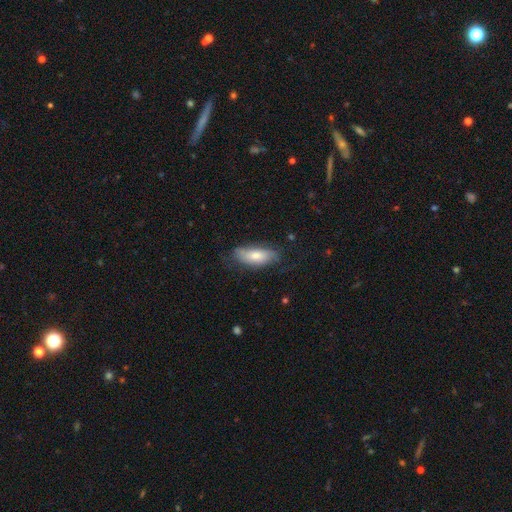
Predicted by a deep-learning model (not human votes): The model was most divided on "merging": none: 65%, minor disturbance: 25%, major disturbance: 8%, merger: 1%. More confident: how rounded — in between (78%); smooth or featured — smooth (68%).